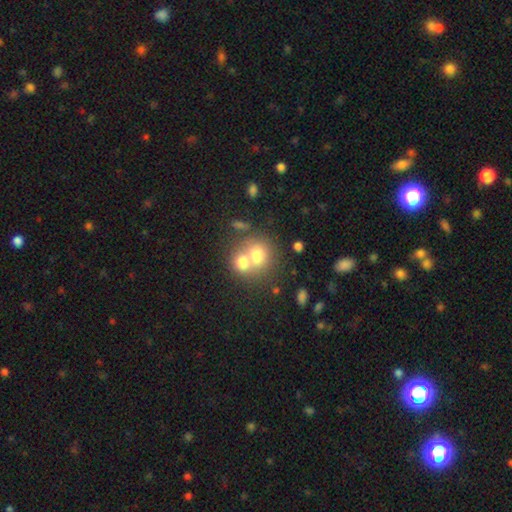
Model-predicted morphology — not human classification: Smooth or featured? smooth (70%)
How rounded? round (75%)
Merging? merger (60%)